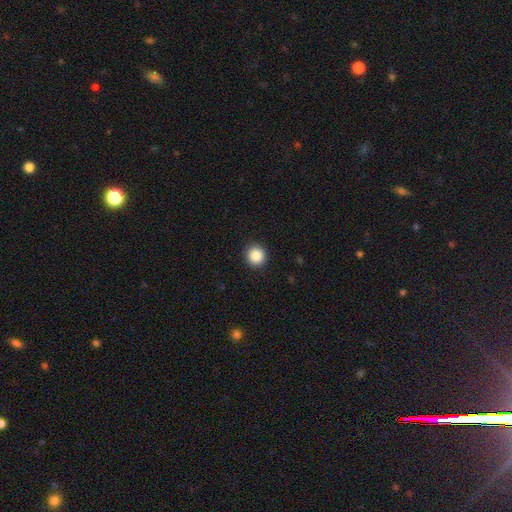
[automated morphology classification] Smooth or featured? Predicted: smooth (p=0.87). How rounded? Predicted: round (p=0.94). Merging? Predicted: none (p=0.92).